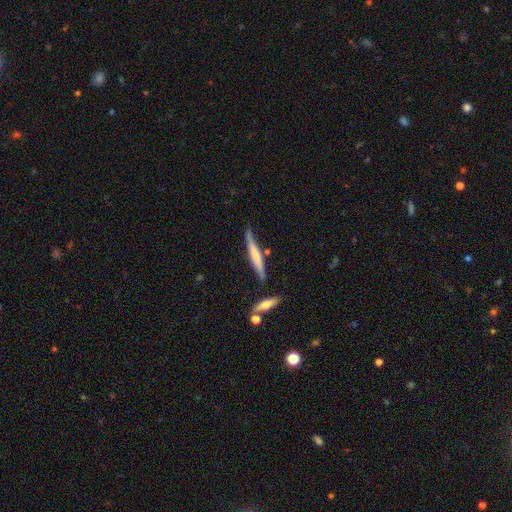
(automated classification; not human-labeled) Smooth or featured? smooth (52%)
How rounded? cigar-shaped (94%)
Merging? none (71%)